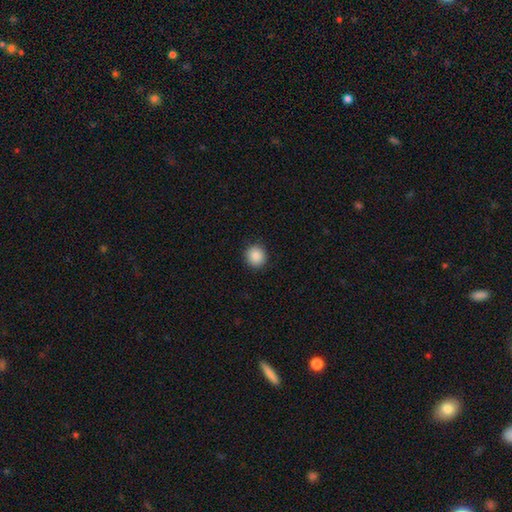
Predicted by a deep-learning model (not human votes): Smooth or featured? Predicted: smooth (p=0.88). How rounded? Predicted: round (p=0.93). Merging? Predicted: none (p=0.91).